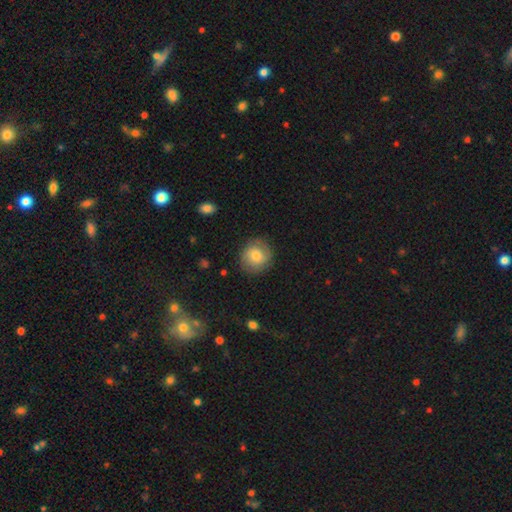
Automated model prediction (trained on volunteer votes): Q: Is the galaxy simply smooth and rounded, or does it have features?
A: smooth — 75%.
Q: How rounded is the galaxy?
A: round — 87%.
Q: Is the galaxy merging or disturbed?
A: none — 83%.